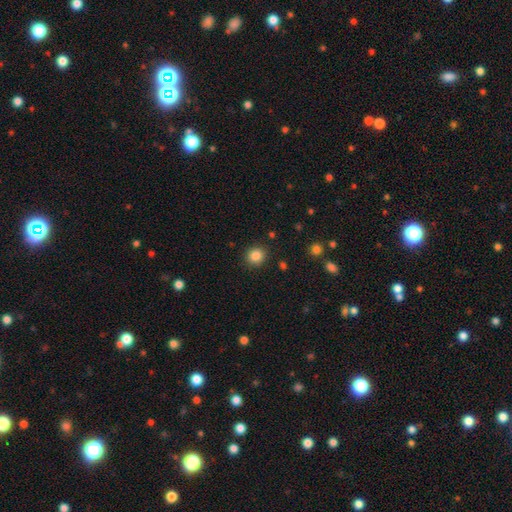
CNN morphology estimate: Smooth or featured: smooth — 85% (star or artifact — 11%)
How rounded: round — 86% (in between — 13%)
Merging: none — 90% (minor disturbance — 7%)